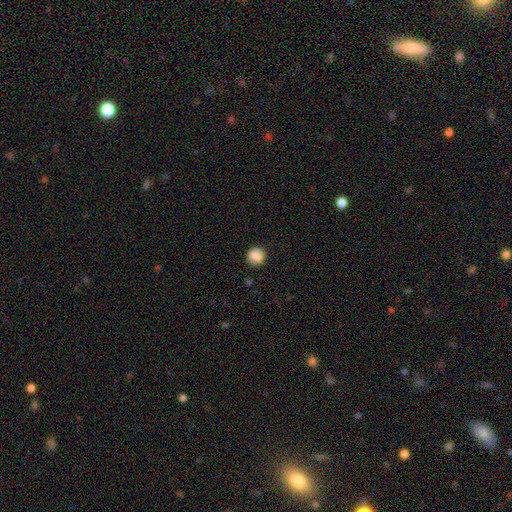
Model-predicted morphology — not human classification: type=smooth (87%); roundness=round (91%); merging=none (86%).